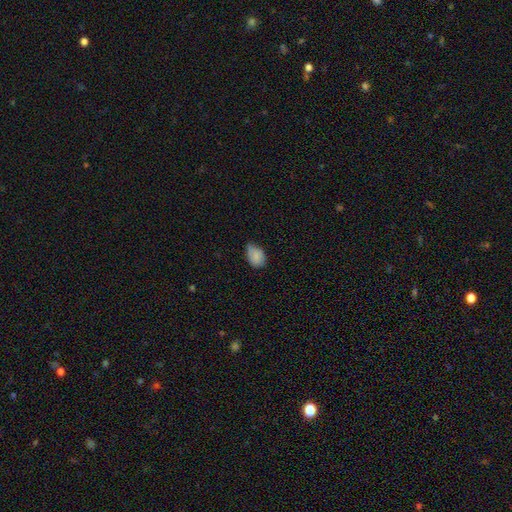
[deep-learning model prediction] smooth-or-featured: smooth: 82% | featured or disk: 10% | star or artifact: 9%
  how-rounded: in between: 81% | round: 18% | cigar-shaped: 1%
  merging: none: 46% | minor disturbance: 45% | major disturbance: 8% | merger: 2%